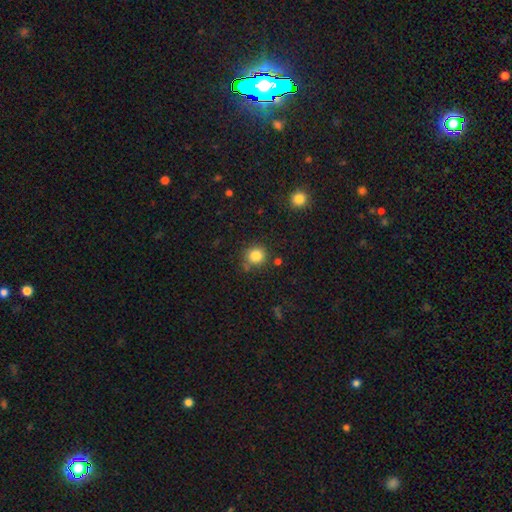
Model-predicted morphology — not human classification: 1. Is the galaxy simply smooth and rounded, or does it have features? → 84% smooth, 11% star or artifact, 5% featured or disk.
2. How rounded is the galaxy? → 91% round, 8% in between, 1% cigar-shaped.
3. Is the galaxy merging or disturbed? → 78% none, 11% minor disturbance, 7% merger, 3% major disturbance.